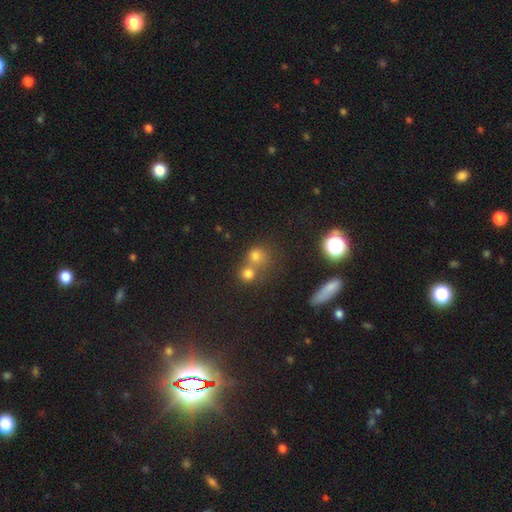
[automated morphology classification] A smooth galaxy with no disk features (72%) that is round (84%).

Vote fractions:
- Smooth or featured? smooth: 72% / star or artifact: 19% / featured or disk: 9%
- How rounded? round: 84% / in between: 15% / cigar-shaped: 1%
- Merging? merger: 48% / none: 41% / minor disturbance: 7% / major disturbance: 4%